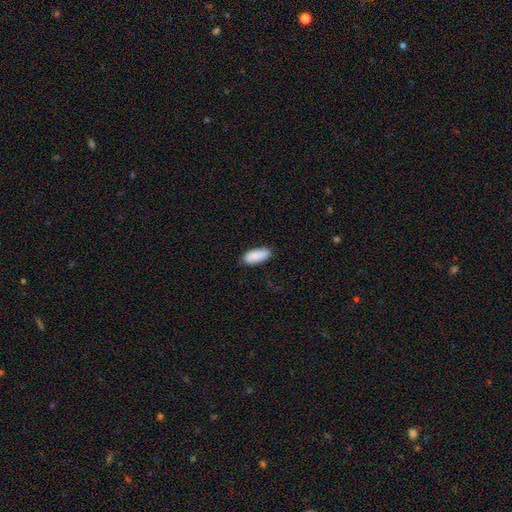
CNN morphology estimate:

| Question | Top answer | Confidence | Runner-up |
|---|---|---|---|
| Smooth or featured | smooth | 90% | star or artifact (6%) |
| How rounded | in between | 86% | cigar-shaped (12%) |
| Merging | none | 85% | minor disturbance (12%) |